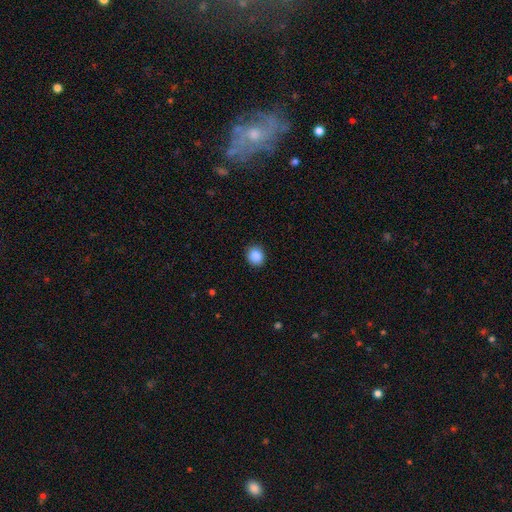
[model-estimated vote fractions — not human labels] The model was most divided on "how rounded": round: 76%, in between: 23%, cigar-shaped: 1%. More confident: merging — none (90%); smooth or featured — smooth (88%).